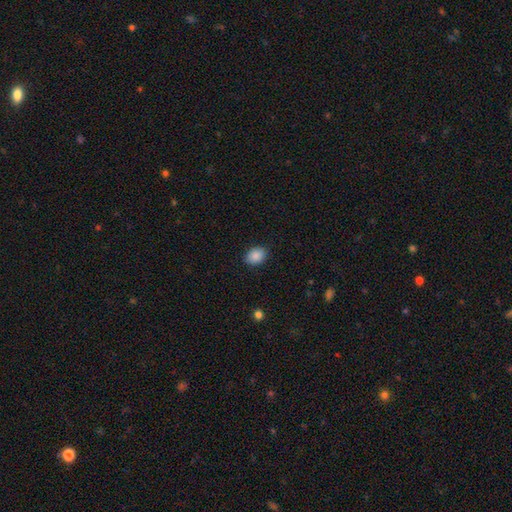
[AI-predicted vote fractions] smooth 89%, star or artifact 8%, featured or disk 3%. Down the decision tree: how rounded — in between (72%); merging — none (88%).